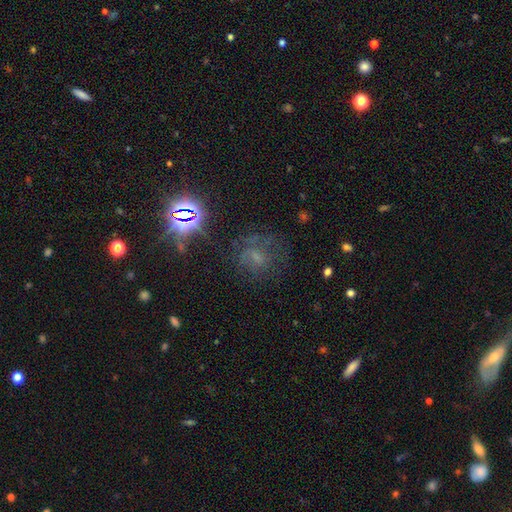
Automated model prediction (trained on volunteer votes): This is marginally a star or artifact rather than a galaxy (42%).